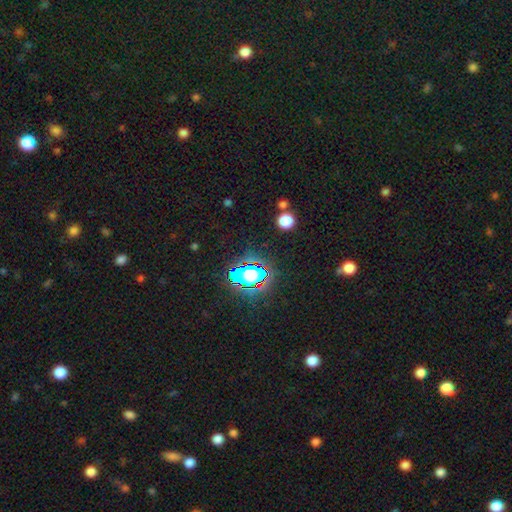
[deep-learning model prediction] Smooth or featured? star or artifact (80%)